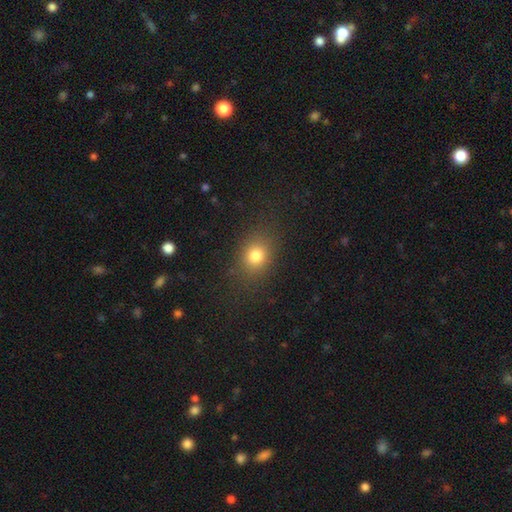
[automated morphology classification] A smooth galaxy with no disk features (78%) that is round (54%). Merging: none (83%).